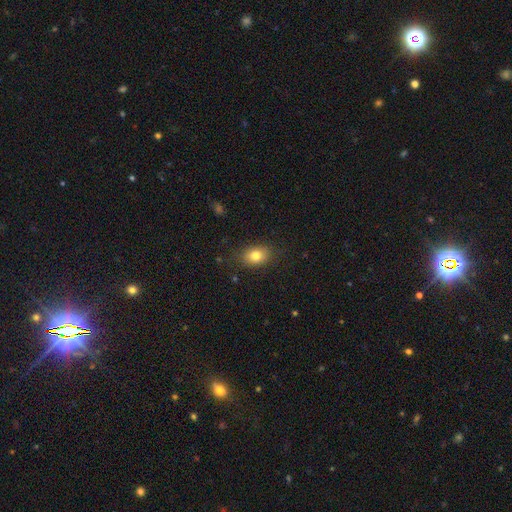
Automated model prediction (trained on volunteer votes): This is clearly a smooth galaxy (80%). How rounded: likely in between (72%). Merging: clearly none (84%).